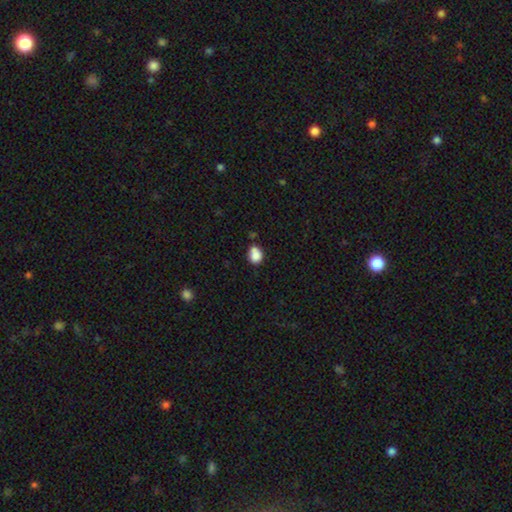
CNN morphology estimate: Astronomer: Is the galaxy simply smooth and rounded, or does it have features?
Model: smooth — 83%.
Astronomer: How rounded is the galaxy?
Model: round — 52% (runner-up: in between, 47%).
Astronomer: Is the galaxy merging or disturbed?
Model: none — 54%.